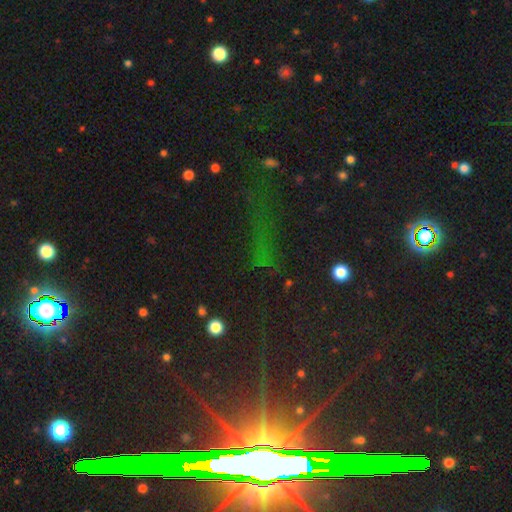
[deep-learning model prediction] Overall: star or artifact (58%; smooth 30%).